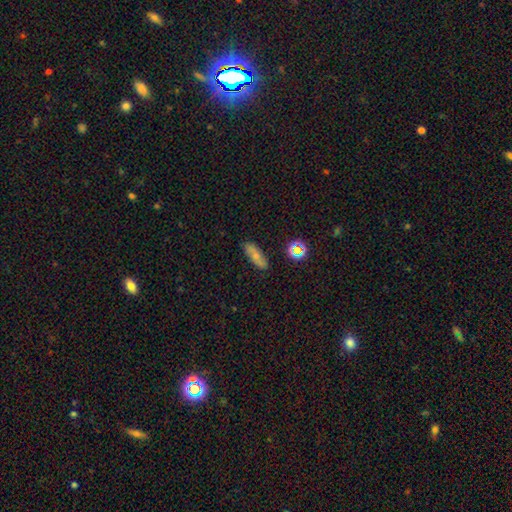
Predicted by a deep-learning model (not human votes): Smooth or featured?
  - smooth: 65% *
  - featured or disk: 23%
  - star or artifact: 11%
How rounded?
  - in between: 58% *
  - cigar-shaped: 38%
  - round: 5%
Merging?
  - none: 83% *
  - minor disturbance: 13%
  - major disturbance: 3%
  - merger: 2%